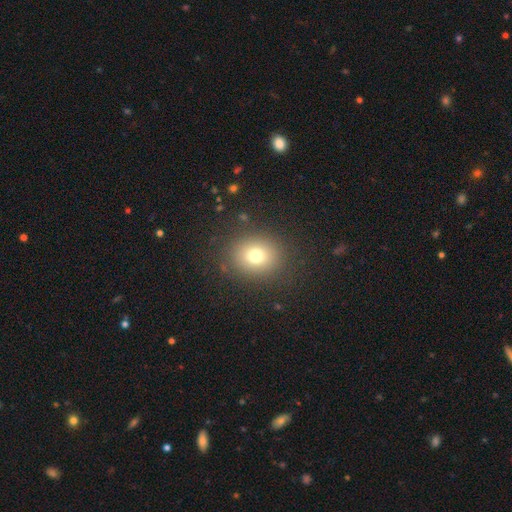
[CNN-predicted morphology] A smooth galaxy with no disk features (73%) that is round (71%). Merging: none (85%).